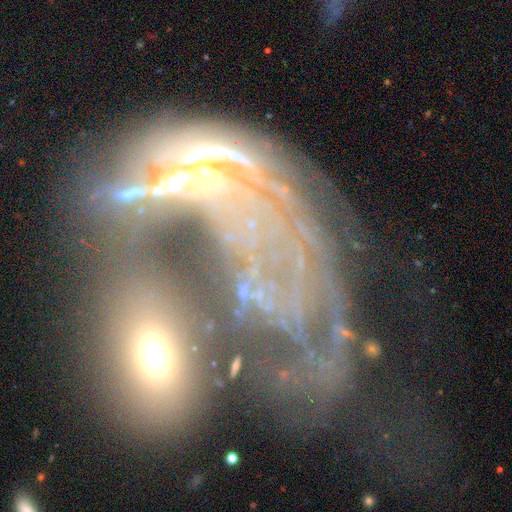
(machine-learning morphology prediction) type=featured or disk (61%); edge-on=no (91%); bar=no (75%); spiral arms=no (53%); bulge=small (38%); merging=merger (42%).